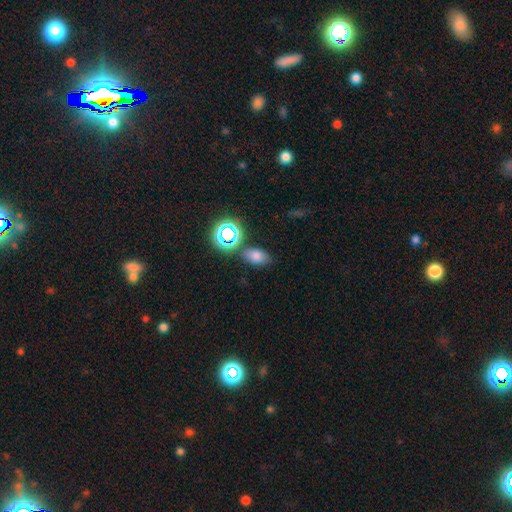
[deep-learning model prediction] Smooth or featured?
  - smooth: 69% *
  - star or artifact: 21%
  - featured or disk: 10%
How rounded?
  - in between: 84% *
  - round: 13%
  - cigar-shaped: 3%
Merging?
  - none: 75% *
  - minor disturbance: 14%
  - merger: 8%
  - major disturbance: 4%